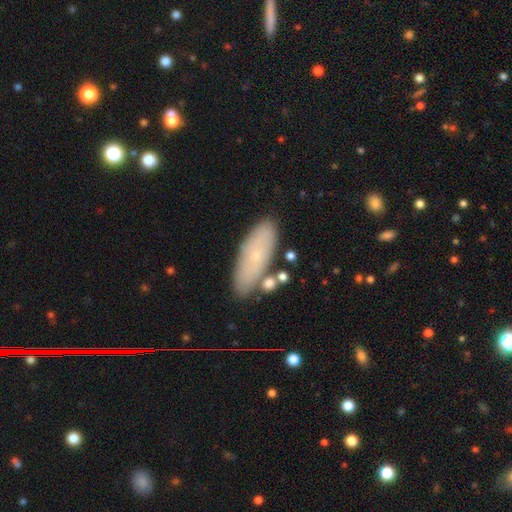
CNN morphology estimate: smooth 58%, featured or disk 34%, star or artifact 8%. Down the decision tree: how rounded — in between (65%); merging — none (81%).